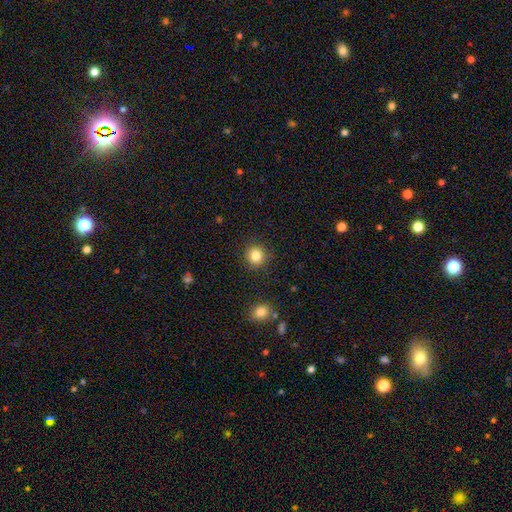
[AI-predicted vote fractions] A smooth galaxy with no disk features (84%) that is round (92%).

Vote fractions:
- Smooth or featured? smooth: 84% / star or artifact: 11% / featured or disk: 5%
- How rounded? round: 92% / in between: 7% / cigar-shaped: 1%
- Merging? none: 90% / minor disturbance: 6% / major disturbance: 2% / merger: 2%